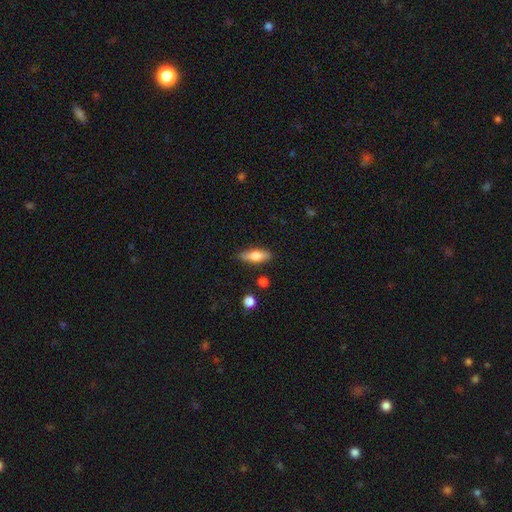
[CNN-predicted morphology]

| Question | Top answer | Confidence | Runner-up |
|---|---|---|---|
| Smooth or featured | smooth | 63% | featured or disk (31%) |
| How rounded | in between | 53% | cigar-shaped (44%) |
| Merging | none | 84% | minor disturbance (11%) |